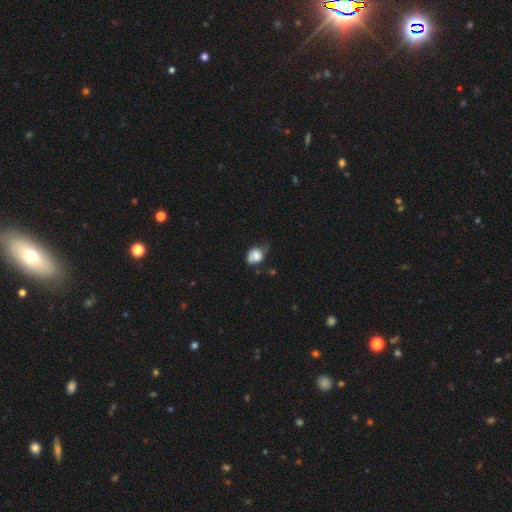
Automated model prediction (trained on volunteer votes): A smooth galaxy with no disk features (71%) that is in between round and cigar-shaped (55%).

Vote fractions:
- Smooth or featured? smooth: 71% / featured or disk: 19% / star or artifact: 10%
- How rounded? in between: 55% / round: 44% / cigar-shaped: 1%
- Merging? minor disturbance: 39% / none: 34% / major disturbance: 20% / merger: 8%